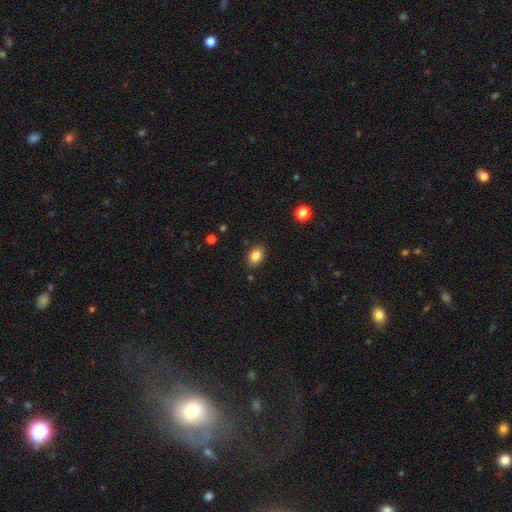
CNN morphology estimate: This appears to be a smooth galaxy with no disk features (84%) that is in between round and cigar-shaped (81%). Merging: none (86%).